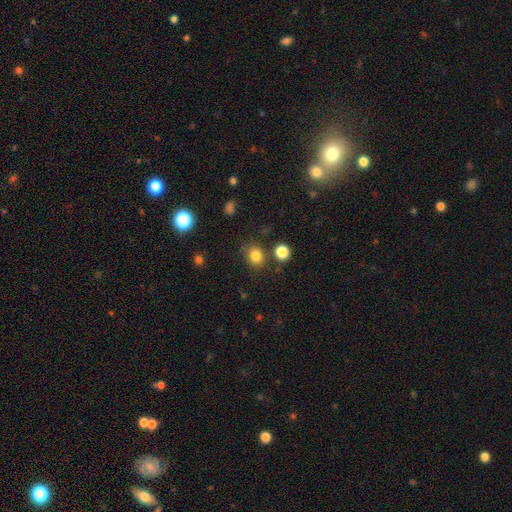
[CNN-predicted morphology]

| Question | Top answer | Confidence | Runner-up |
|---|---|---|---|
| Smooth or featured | smooth | 81% | star or artifact (13%) |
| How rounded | round | 61% | in between (38%) |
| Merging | none | 76% | minor disturbance (14%) |